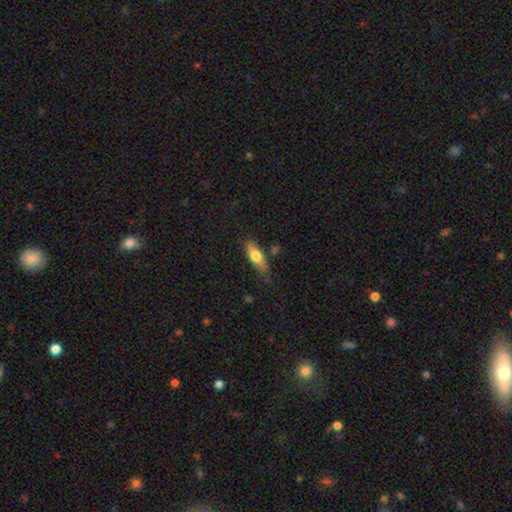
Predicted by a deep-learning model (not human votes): A smooth galaxy with no disk features (68%) that is in between round and cigar-shaped (61%). Merging: none (64%).